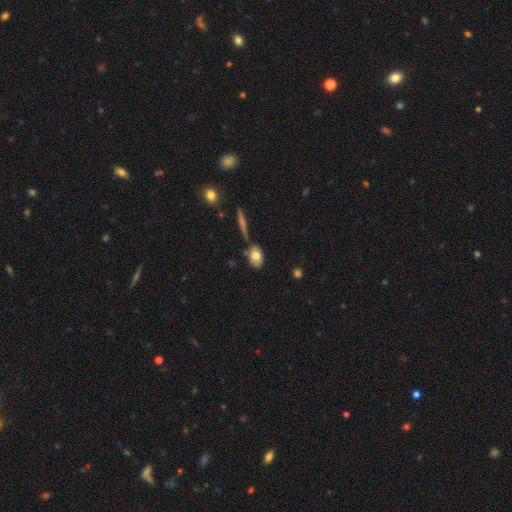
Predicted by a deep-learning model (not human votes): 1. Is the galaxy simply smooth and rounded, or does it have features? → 75% smooth, 18% featured or disk, 7% star or artifact.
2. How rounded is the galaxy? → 85% in between, 11% round, 4% cigar-shaped.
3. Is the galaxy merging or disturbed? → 65% none, 19% minor disturbance, 12% merger, 5% major disturbance.